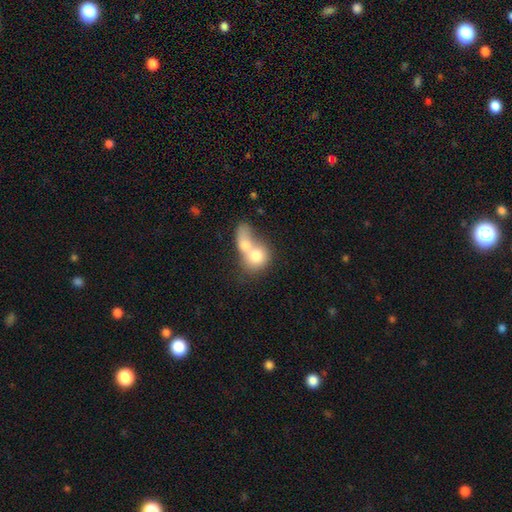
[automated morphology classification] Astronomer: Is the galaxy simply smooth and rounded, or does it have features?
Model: smooth — 72%.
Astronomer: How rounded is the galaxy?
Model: round — 56% (runner-up: in between, 41%).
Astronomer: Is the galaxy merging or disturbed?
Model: merger — 77%.